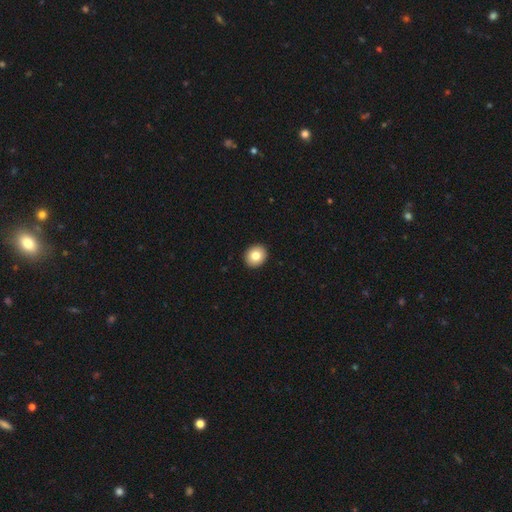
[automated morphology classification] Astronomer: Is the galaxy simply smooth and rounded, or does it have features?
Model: smooth — 81%.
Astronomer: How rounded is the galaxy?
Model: round — 69%.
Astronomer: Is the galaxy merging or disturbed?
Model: none — 93%.